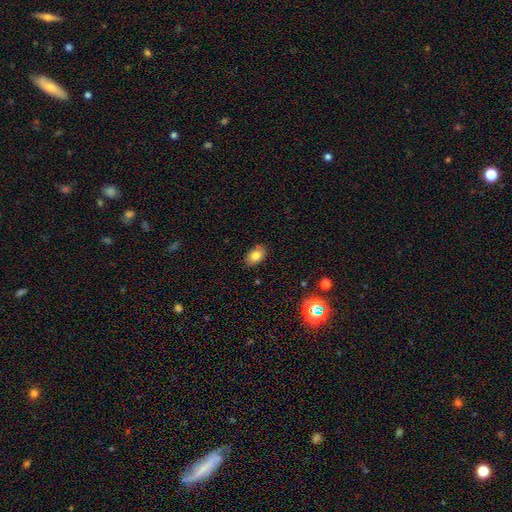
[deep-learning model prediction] A smooth galaxy with no disk features (82%) that is in between round and cigar-shaped (87%).

Vote fractions:
- Smooth or featured? smooth: 82% / star or artifact: 10% / featured or disk: 9%
- How rounded? in between: 87% / round: 12% / cigar-shaped: 1%
- Merging? none: 84% / minor disturbance: 12% / major disturbance: 2% / merger: 2%